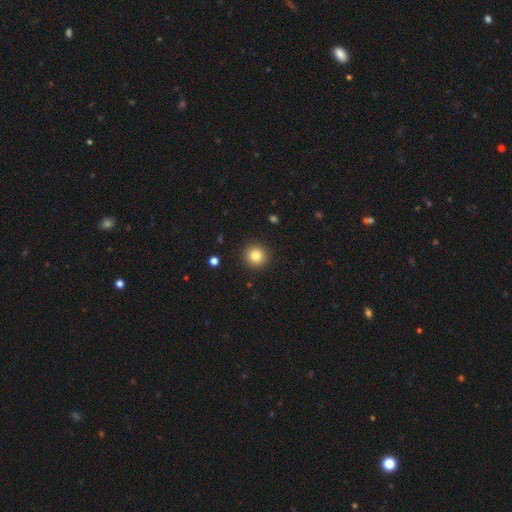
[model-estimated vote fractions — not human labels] Q: Smooth or featured?
A: smooth (83%); runner-up: star or artifact (11%)
Q: How rounded?
A: round (94%); runner-up: in between (5%)
Q: Merging?
A: none (92%); runner-up: minor disturbance (5%)